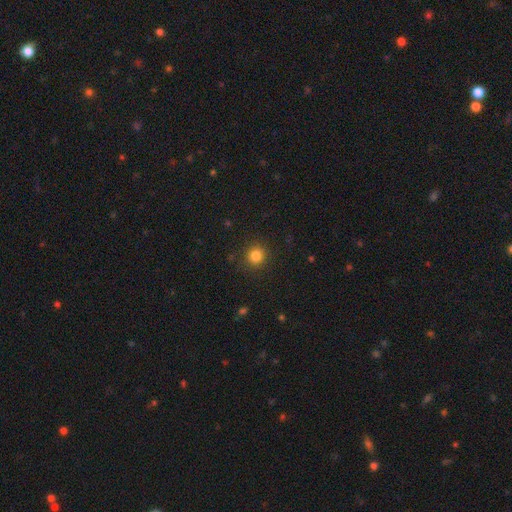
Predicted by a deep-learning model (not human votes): Smooth or featured? Predicted: smooth (p=0.83). How rounded? Predicted: round (p=0.92). Merging? Predicted: none (p=0.89).